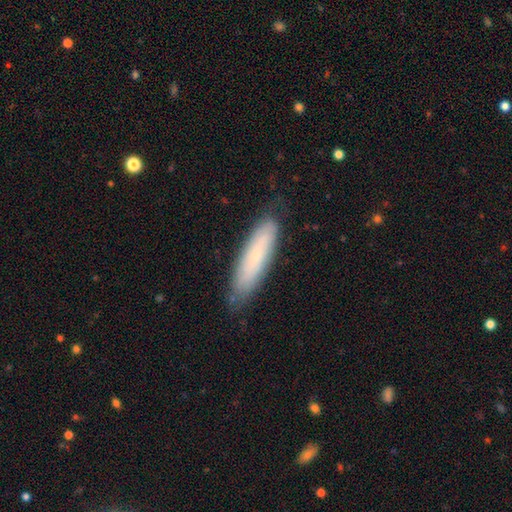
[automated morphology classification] smooth 64%, featured or disk 28%, star or artifact 8%. Down the decision tree: how rounded — cigar-shaped (68%); merging — none (77%).